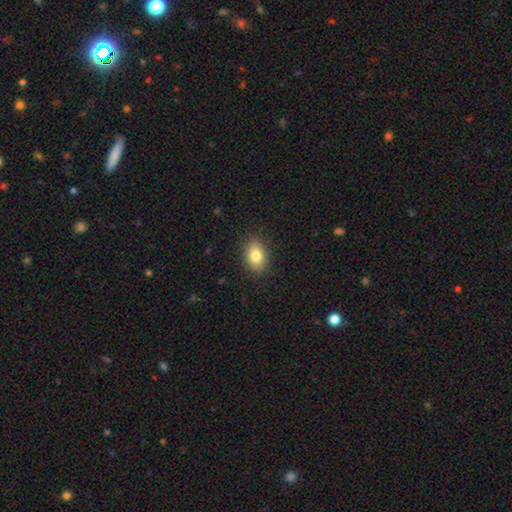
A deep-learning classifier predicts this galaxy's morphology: Smooth or featured? Predicted: smooth (p=0.81). How rounded? Predicted: in between (p=0.76). Merging? Predicted: none (p=0.87).